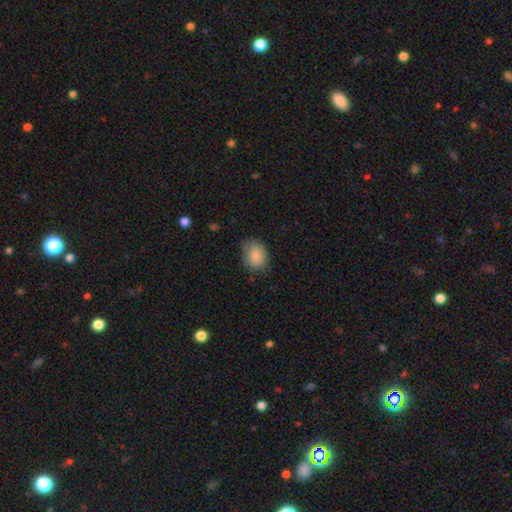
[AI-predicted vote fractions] Q: Smooth or featured?
A: smooth (87%); runner-up: star or artifact (7%)
Q: How rounded?
A: in between (65%); runner-up: round (34%)
Q: Merging?
A: none (67%); runner-up: minor disturbance (26%)